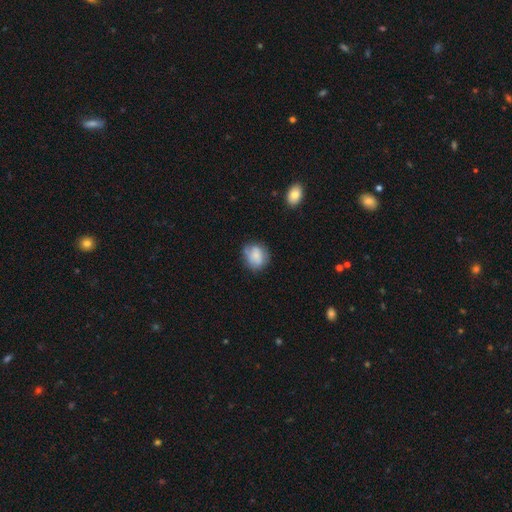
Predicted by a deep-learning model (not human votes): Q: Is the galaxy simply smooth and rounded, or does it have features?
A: smooth — 74%.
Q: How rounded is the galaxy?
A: round — 68%.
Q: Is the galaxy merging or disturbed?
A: none — 64%.